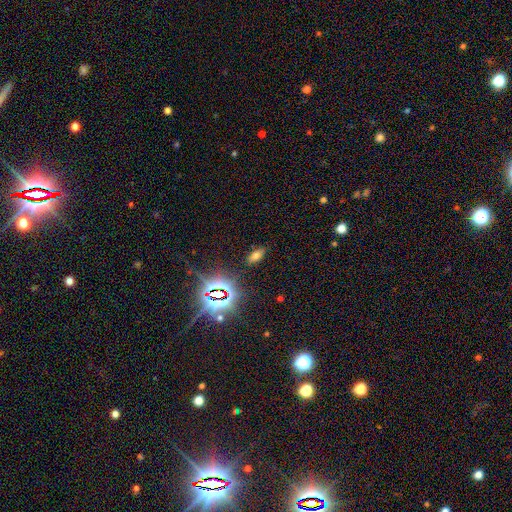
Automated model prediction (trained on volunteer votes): A smooth galaxy with no disk features (59%) that is in between round and cigar-shaped (85%).

Vote fractions:
- Smooth or featured? smooth: 59% / star or artifact: 31% / featured or disk: 10%
- How rounded? in between: 85% / cigar-shaped: 10% / round: 5%
- Merging? none: 86% / minor disturbance: 9% / major disturbance: 3% / merger: 2%